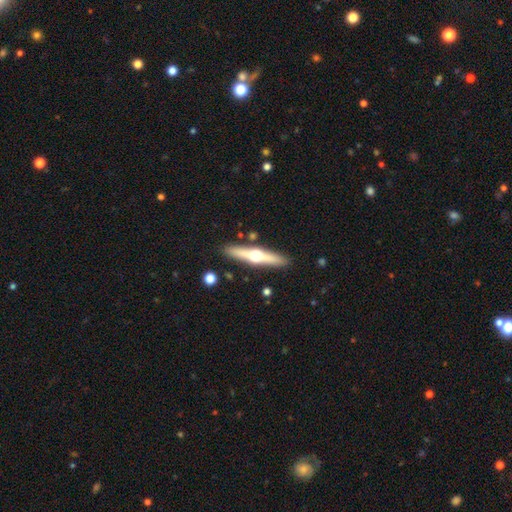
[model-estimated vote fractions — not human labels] Smooth or featured? Predicted: featured or disk (p=0.64). Edge-on disk? Predicted: yes (p=0.96). Edge-on bulge? Predicted: rounded (p=0.95). Merging? Predicted: none (p=0.88).